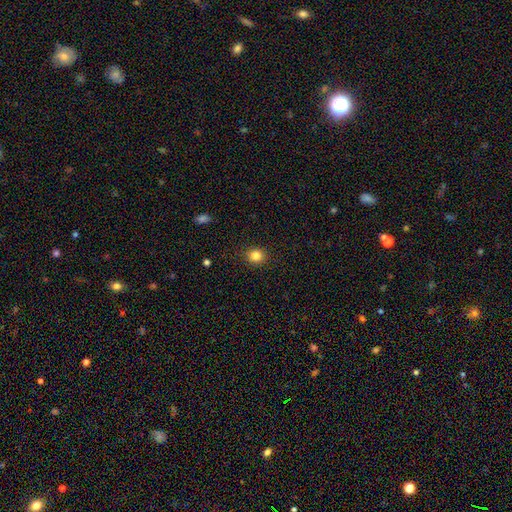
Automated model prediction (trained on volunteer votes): smooth 84%, star or artifact 12%, featured or disk 5%. Down the decision tree: how rounded — round (84%); merging — none (90%).